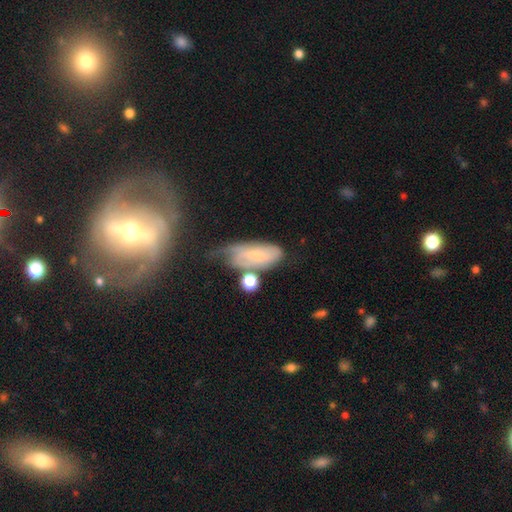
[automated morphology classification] This is possibly a featured or disk galaxy (47%). Merging: marginally none (39%).